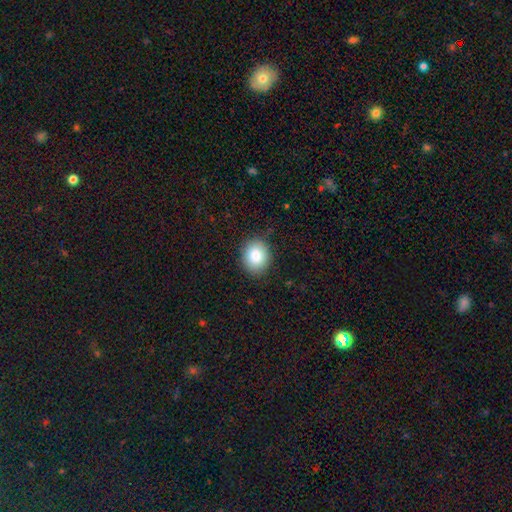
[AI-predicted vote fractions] smooth_or_featured: smooth (p=0.85) [alt: star or artifact p=0.08]
how_rounded: round (p=0.66) [alt: in between p=0.34]
merging: none (p=0.85) [alt: minor disturbance p=0.11]